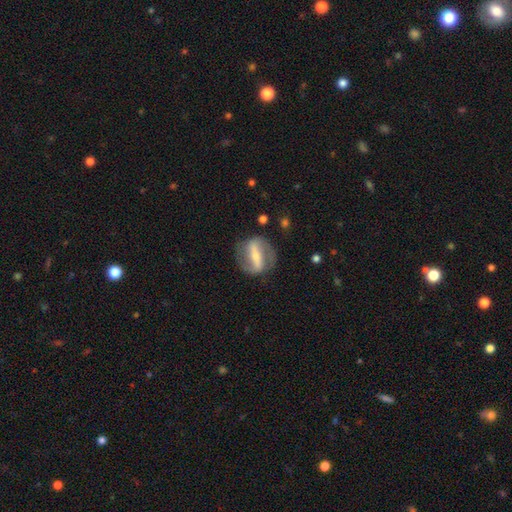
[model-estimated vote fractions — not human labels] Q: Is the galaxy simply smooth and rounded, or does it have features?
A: featured or disk — 77%.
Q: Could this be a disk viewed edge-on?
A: no — 91%.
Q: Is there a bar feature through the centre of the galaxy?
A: strong — 76%.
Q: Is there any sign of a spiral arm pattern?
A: yes — 76%.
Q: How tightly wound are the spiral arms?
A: medium — 43%.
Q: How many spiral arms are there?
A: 2 — 87%.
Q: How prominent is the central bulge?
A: small — 49%.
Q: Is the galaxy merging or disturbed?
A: none — 77%.